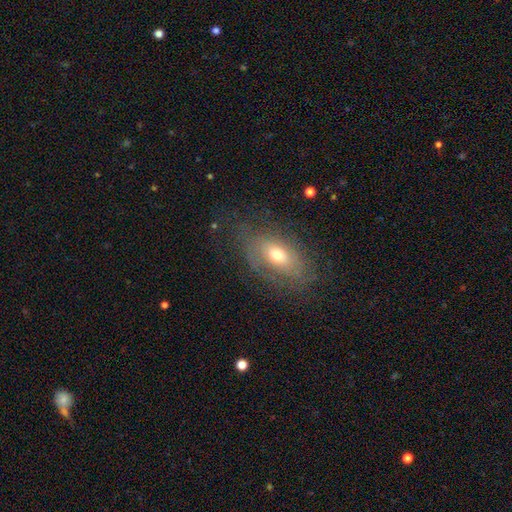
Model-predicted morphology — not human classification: A smooth galaxy with no disk features (44%).

Vote fractions:
- Smooth or featured? smooth: 44% / featured or disk: 41% / star or artifact: 15%
- Merging? none: 73% / minor disturbance: 19% / major disturbance: 7% / merger: 1%